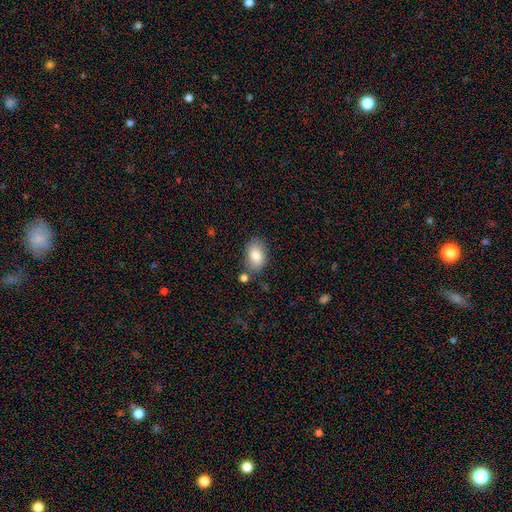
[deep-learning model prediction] smooth 83%, featured or disk 10%, star or artifact 7%. Down the decision tree: how rounded — in between (86%); merging — none (75%).